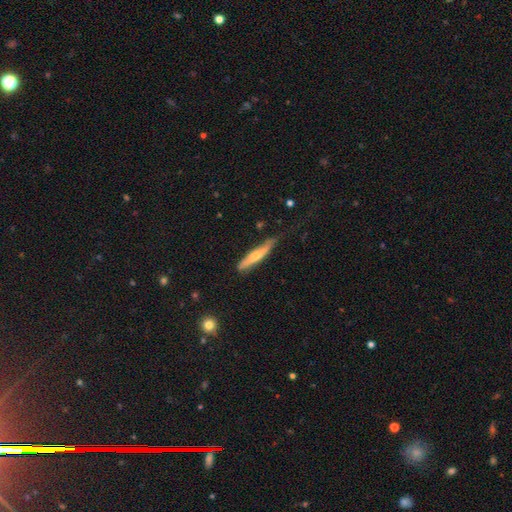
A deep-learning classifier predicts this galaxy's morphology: Smooth or featured? smooth (53%)
How rounded? cigar-shaped (89%)
Merging? none (69%)